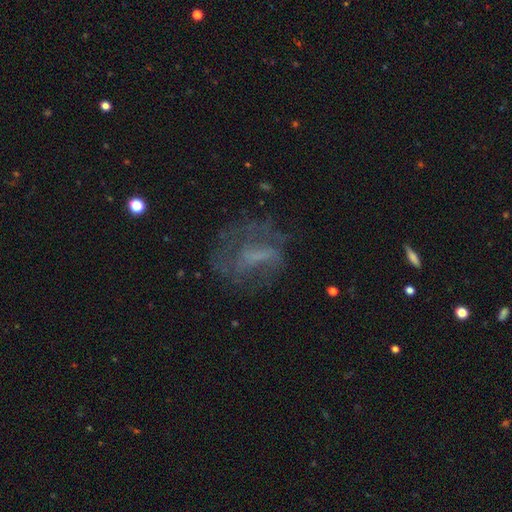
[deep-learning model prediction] The model was most divided on "spiral arms" (2-way tie): yes: 50%, no: 50%. Remaining: edge-on disk — no (93%); smooth or featured — featured or disk (58%); merging — none (52%); bulge size — none (51%); bar — no (41%).